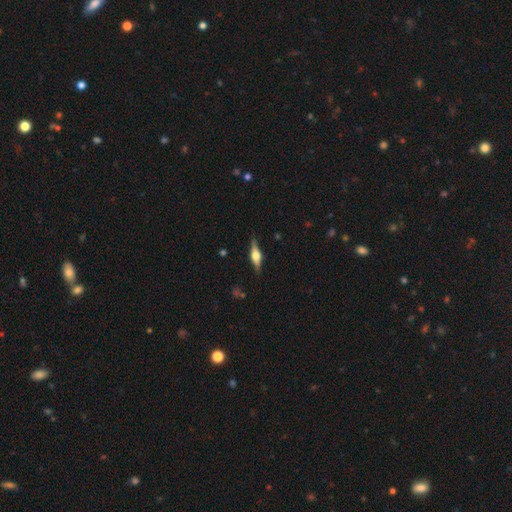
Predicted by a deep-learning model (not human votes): A featured or disk galaxy (71%) viewed edge-on (97%) with a rounded central bulge (90%).

Vote fractions:
- Smooth or featured? featured or disk: 71% / smooth: 23% / star or artifact: 6%
- Edge-on disk? yes: 97% / no: 3%
- Edge-on bulge? rounded: 90% / boxy: 8% / none: 1%
- Merging? none: 87% / minor disturbance: 10% / major disturbance: 2% / merger: 1%